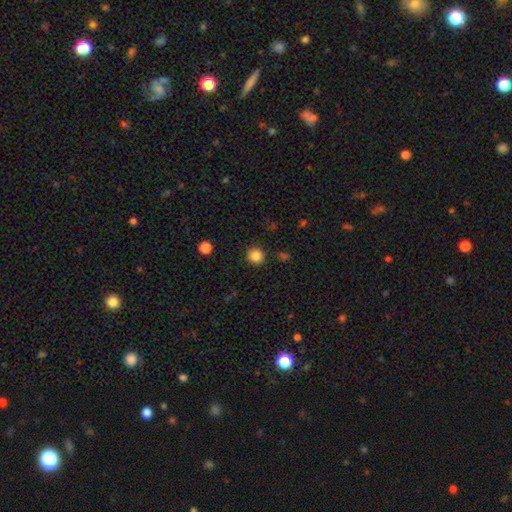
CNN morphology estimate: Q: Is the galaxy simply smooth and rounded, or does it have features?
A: smooth — 85%.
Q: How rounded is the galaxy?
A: round — 90%.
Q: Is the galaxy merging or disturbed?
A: none — 88%.